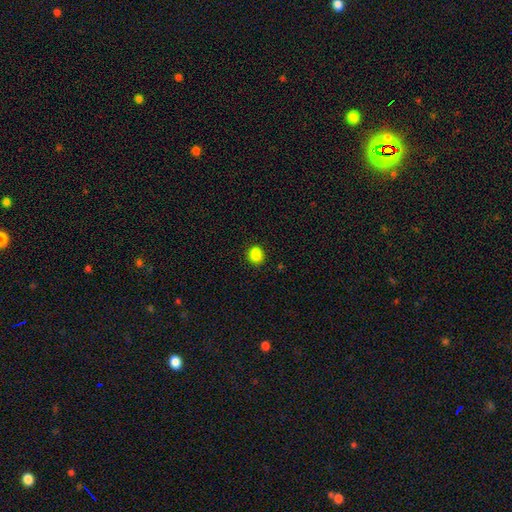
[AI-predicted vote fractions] Smooth or featured: smooth — 84% (star or artifact — 12%)
How rounded: round — 54% (in between — 45%)
Merging: none — 79% (minor disturbance — 13%)